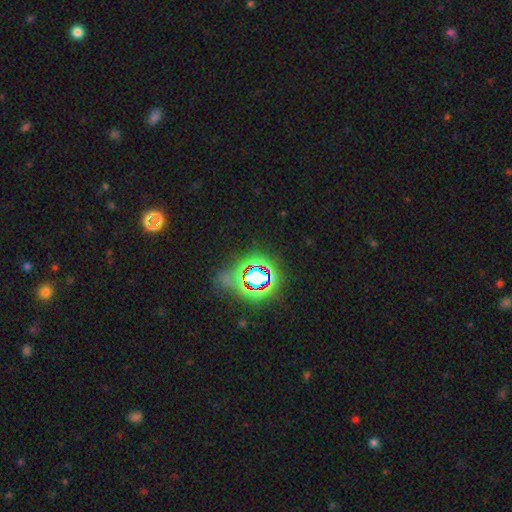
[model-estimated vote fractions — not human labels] This is likely a star or artifact rather than a galaxy (78%).